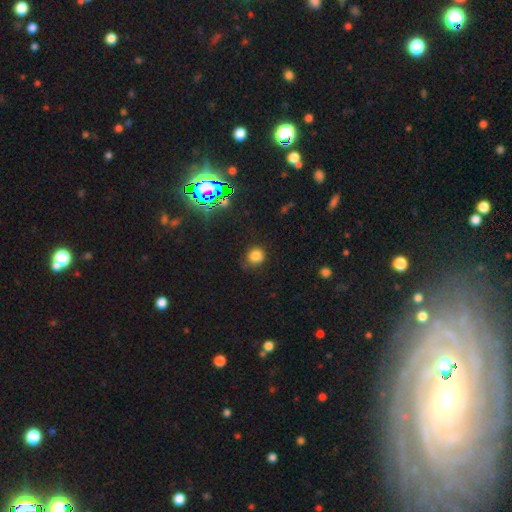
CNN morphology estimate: Q: Smooth or featured?
A: smooth (78%); runner-up: star or artifact (17%)
Q: How rounded?
A: round (85%); runner-up: in between (14%)
Q: Merging?
A: none (73%); runner-up: minor disturbance (20%)